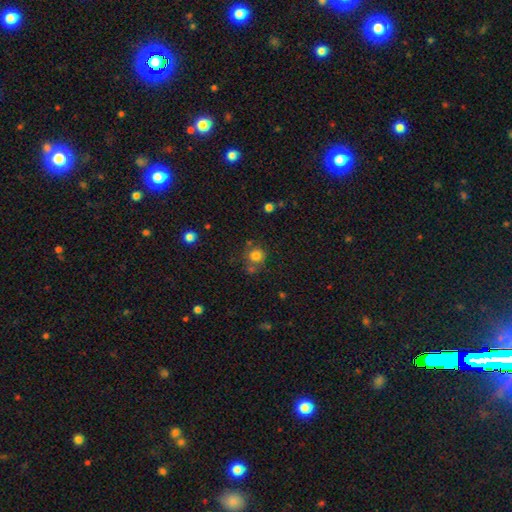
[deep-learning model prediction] Overall: smooth (80%). How rounded: round (87%). Merging: none (64%).